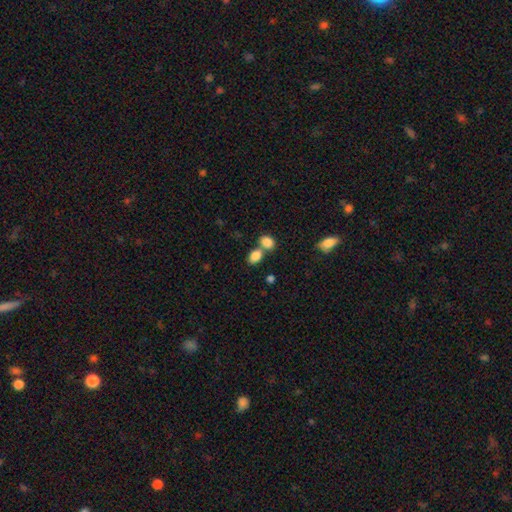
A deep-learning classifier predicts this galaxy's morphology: type=smooth (85%); roundness=in between (77%); merging=merger (46%).